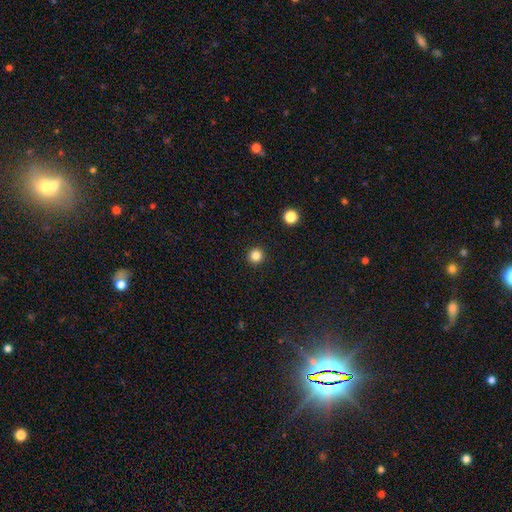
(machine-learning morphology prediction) smooth-or-featured: smooth: 84% | star or artifact: 12% | featured or disk: 4%
  how-rounded: round: 95% | in between: 4% | cigar-shaped: 1%
  merging: none: 93% | minor disturbance: 4% | major disturbance: 2% | merger: 1%